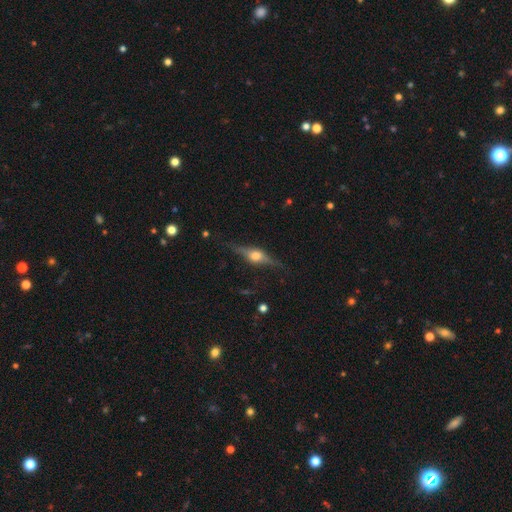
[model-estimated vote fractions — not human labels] Smooth or featured: featured or disk — 76% (smooth — 17%)
Edge-on disk: yes — 96% (no — 4%)
Edge-on bulge: rounded — 94% (boxy — 5%)
Merging: none — 82% (minor disturbance — 12%)